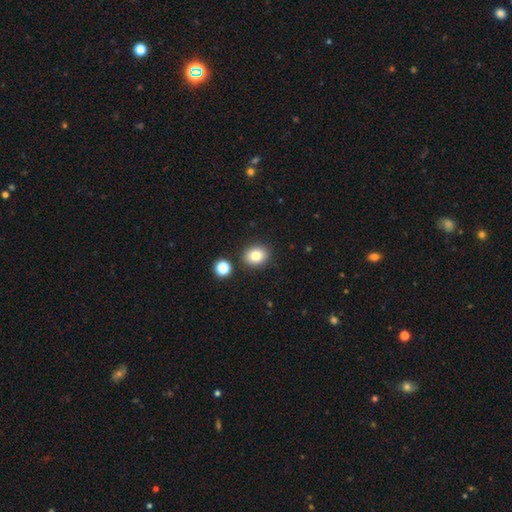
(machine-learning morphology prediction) Smooth or featured? smooth (83%)
How rounded? round (59%)
Merging? none (86%)